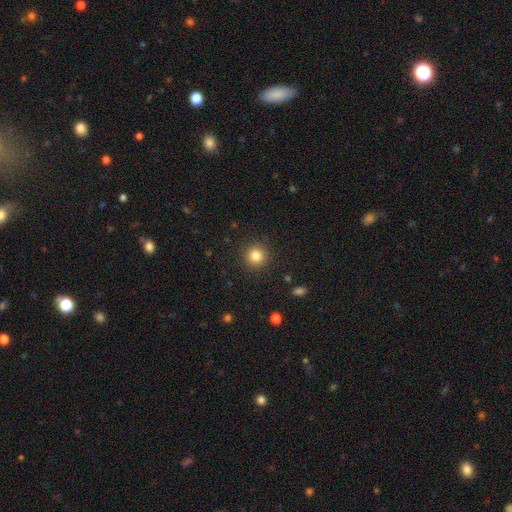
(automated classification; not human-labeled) Smooth or featured?
  - smooth: 82% *
  - star or artifact: 12%
  - featured or disk: 6%
How rounded?
  - round: 94% *
  - in between: 5%
  - cigar-shaped: 1%
Merging?
  - none: 91% *
  - minor disturbance: 6%
  - major disturbance: 3%
  - merger: 1%